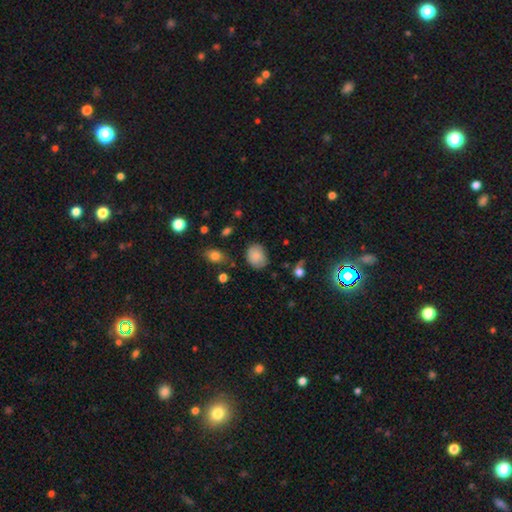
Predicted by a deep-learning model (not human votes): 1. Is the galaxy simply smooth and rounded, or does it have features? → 82% smooth, 9% featured or disk, 8% star or artifact.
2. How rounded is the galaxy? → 58% in between, 41% round, 1% cigar-shaped.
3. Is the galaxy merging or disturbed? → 76% none, 18% minor disturbance, 4% major disturbance, 2% merger.